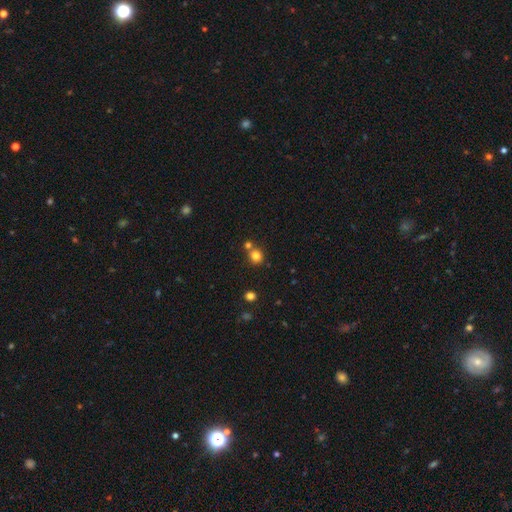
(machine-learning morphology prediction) Overall: smooth (80%). How rounded: round (88%). Merging: none (64%; merger 26%).